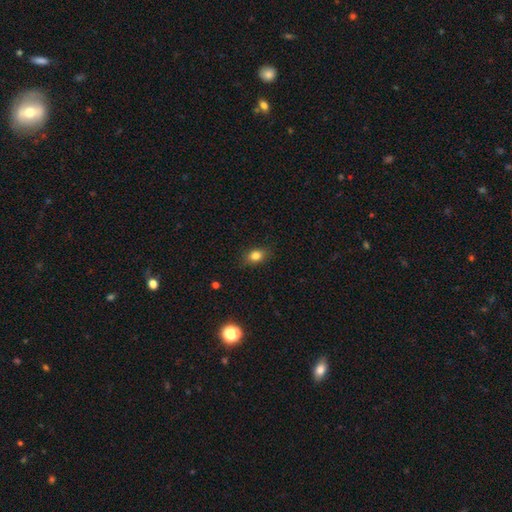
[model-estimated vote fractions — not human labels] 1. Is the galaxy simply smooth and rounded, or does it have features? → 81% smooth, 11% star or artifact, 8% featured or disk.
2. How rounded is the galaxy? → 71% in between, 27% round, 3% cigar-shaped.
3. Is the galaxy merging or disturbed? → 83% none, 13% minor disturbance, 3% major disturbance, 1% merger.